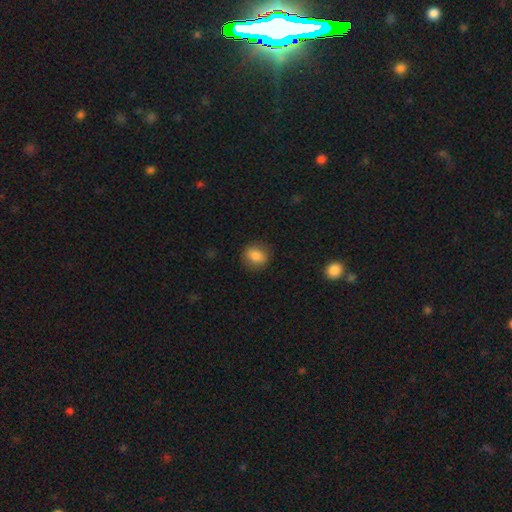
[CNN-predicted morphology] smooth 85%, star or artifact 9%, featured or disk 6%. Down the decision tree: how rounded — round (66%); merging — none (84%).